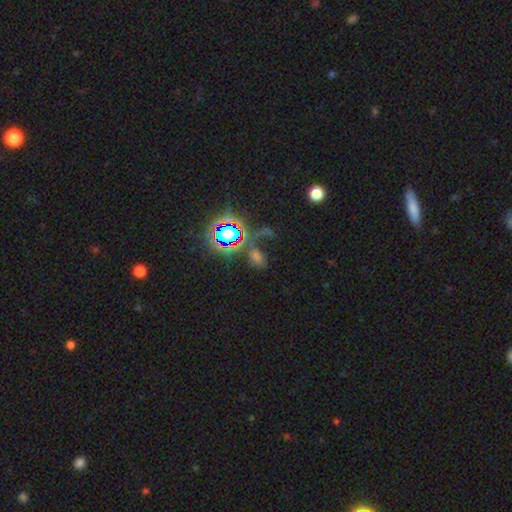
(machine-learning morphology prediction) A star or artifact, not a galaxy (51%).

Vote fractions:
- Smooth or featured? star or artifact: 51% / smooth: 38% / featured or disk: 11%